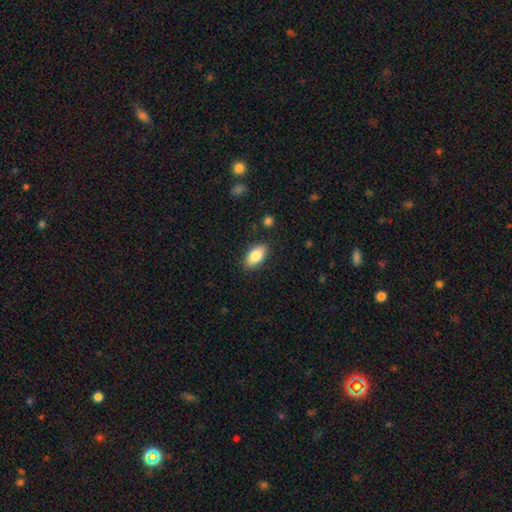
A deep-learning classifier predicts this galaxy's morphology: smooth 81%, featured or disk 12%, star or artifact 7%. Down the decision tree: how rounded — in between (92%); merging — none (86%).